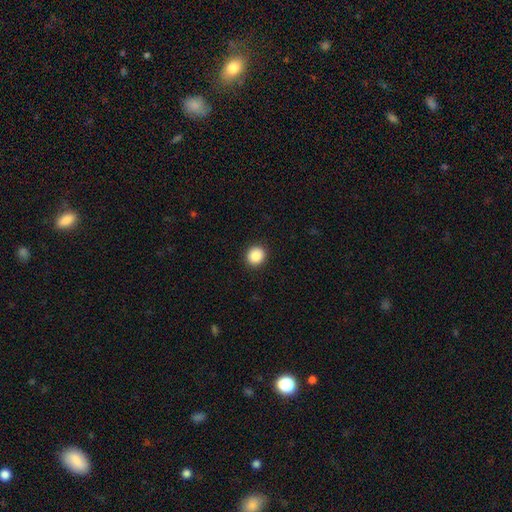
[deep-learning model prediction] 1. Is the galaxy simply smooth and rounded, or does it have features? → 88% smooth, 9% star or artifact, 4% featured or disk.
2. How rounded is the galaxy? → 87% round, 12% in between, 1% cigar-shaped.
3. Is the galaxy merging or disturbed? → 92% none, 5% minor disturbance, 2% major disturbance, 1% merger.